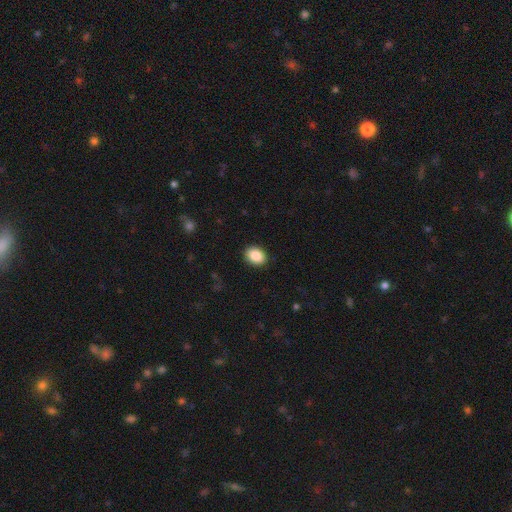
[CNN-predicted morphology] A smooth galaxy with no disk features (88%) that is in between round and cigar-shaped (67%). Merging: none (89%).